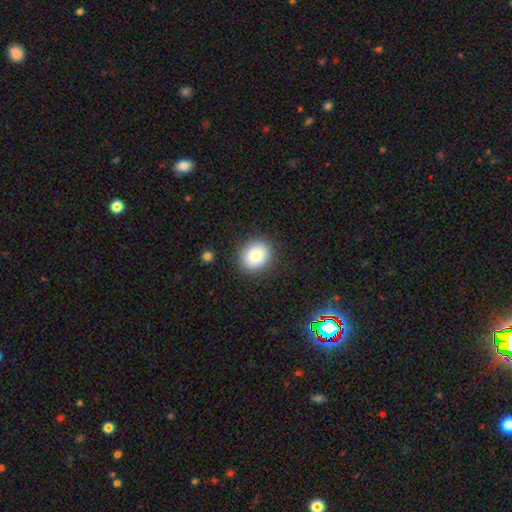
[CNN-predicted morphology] Overall: smooth (83%). How rounded: round (65%; in between 34%). Merging: none (88%).